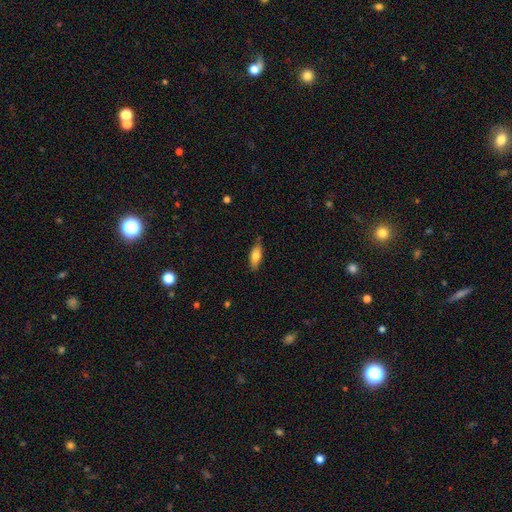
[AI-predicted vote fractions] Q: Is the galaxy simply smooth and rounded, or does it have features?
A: smooth — 74%.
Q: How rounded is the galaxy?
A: in between — 68%.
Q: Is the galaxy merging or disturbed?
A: none — 81%.